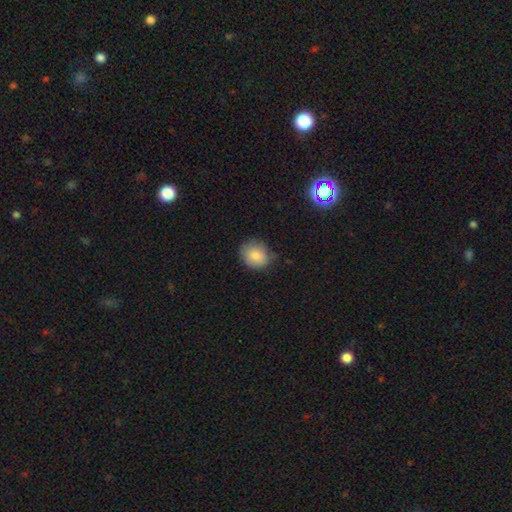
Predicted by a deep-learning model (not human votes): This appears to be a smooth galaxy with no disk features (84%) that is round (71%). Merging: none (69%).